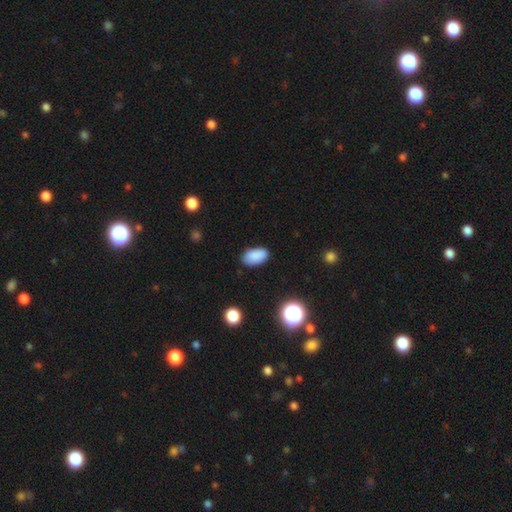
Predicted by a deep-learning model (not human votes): Q: Smooth or featured?
A: smooth (87%); runner-up: star or artifact (9%)
Q: How rounded?
A: in between (94%); runner-up: round (5%)
Q: Merging?
A: none (85%); runner-up: minor disturbance (11%)